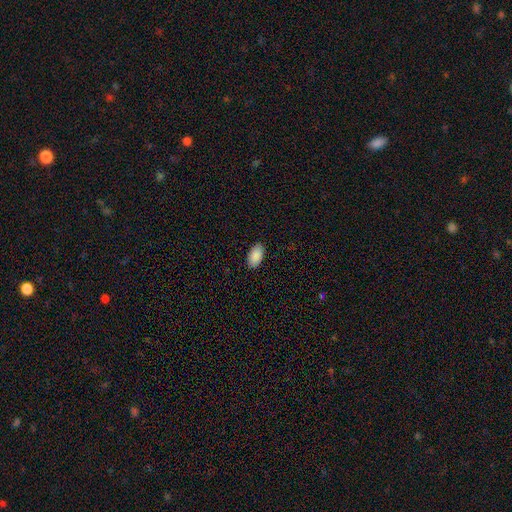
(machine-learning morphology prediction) Q: Smooth or featured?
A: smooth (90%); runner-up: star or artifact (6%)
Q: How rounded?
A: in between (95%); runner-up: round (3%)
Q: Merging?
A: none (89%); runner-up: minor disturbance (8%)